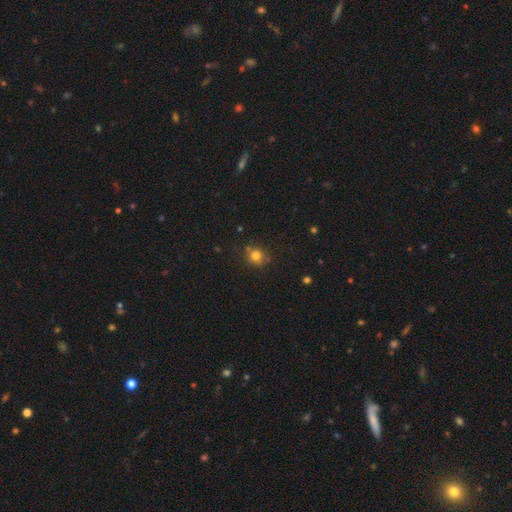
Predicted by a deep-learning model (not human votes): Q: Smooth or featured?
A: smooth (79%); runner-up: star or artifact (13%)
Q: How rounded?
A: round (82%); runner-up: in between (17%)
Q: Merging?
A: none (74%); runner-up: minor disturbance (17%)